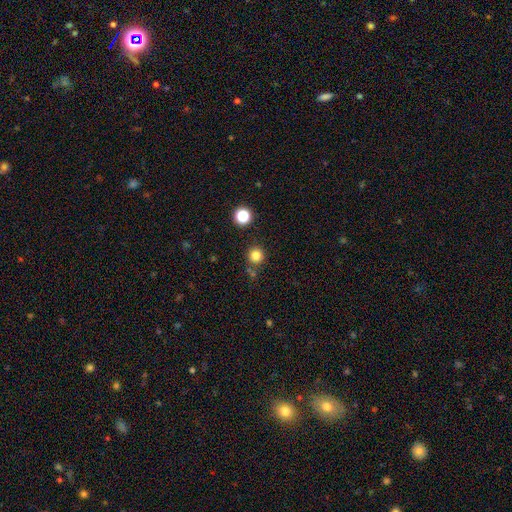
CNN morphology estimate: smooth_or_featured: smooth (p=0.81) [alt: star or artifact p=0.14]
how_rounded: round (p=0.94) [alt: in between p=0.05]
merging: none (p=0.82) [alt: minor disturbance p=0.08]